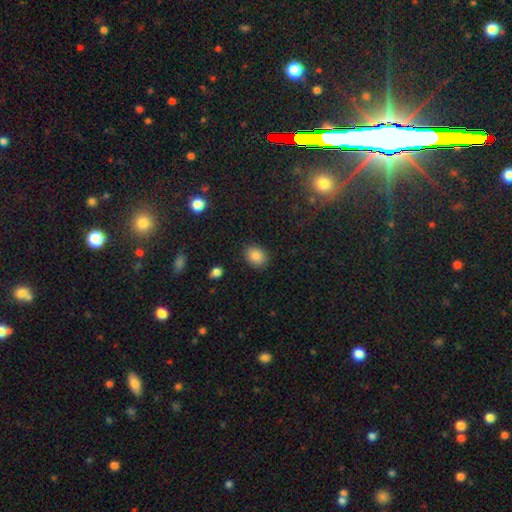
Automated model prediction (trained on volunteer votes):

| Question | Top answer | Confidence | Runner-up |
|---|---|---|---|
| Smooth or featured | smooth | 86% | star or artifact (9%) |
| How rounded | in between | 52% | round (47%) |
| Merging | none | 87% | minor disturbance (9%) |